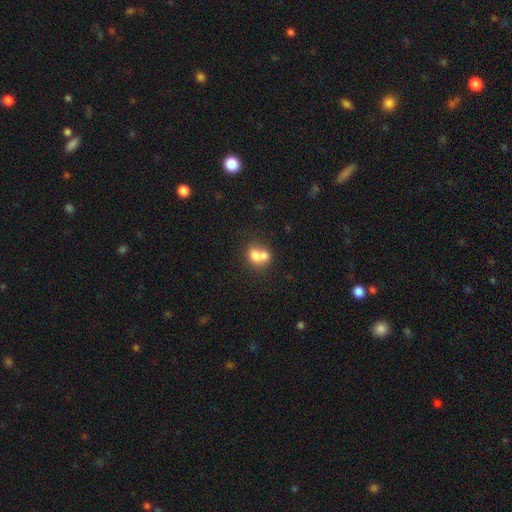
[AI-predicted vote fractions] This appears to be a smooth galaxy with no disk features (69%) that is round (58%). Merging: merger (66%).